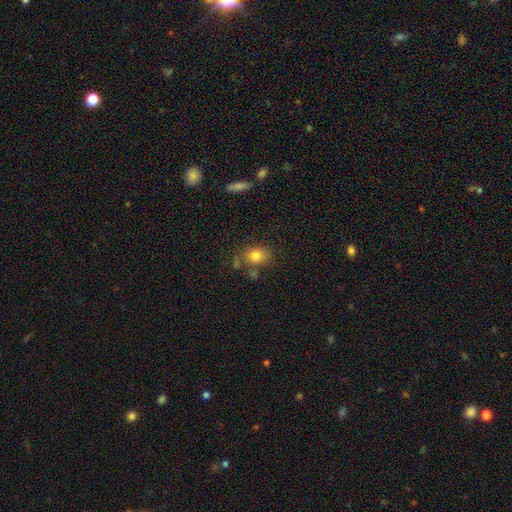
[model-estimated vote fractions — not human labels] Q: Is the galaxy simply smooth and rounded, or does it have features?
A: smooth — 80%.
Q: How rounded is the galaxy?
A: round — 51%.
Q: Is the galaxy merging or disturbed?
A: none — 66%.